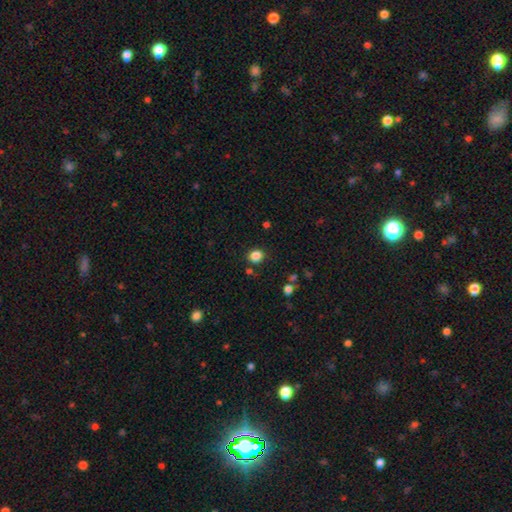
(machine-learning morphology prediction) This appears to be a smooth galaxy with no disk features (84%) that is round (70%). Merging: none (83%).